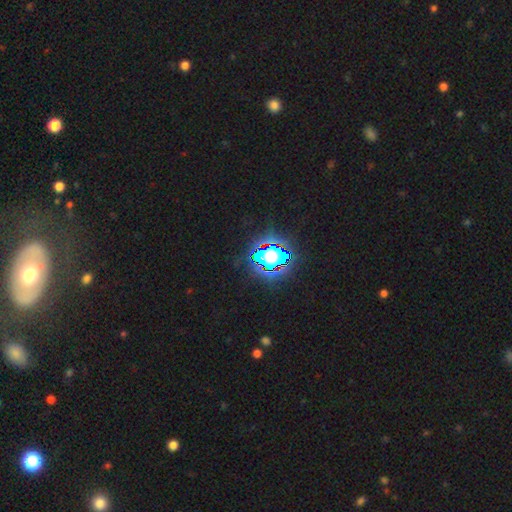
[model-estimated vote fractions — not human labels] Overall: star or artifact (79%).